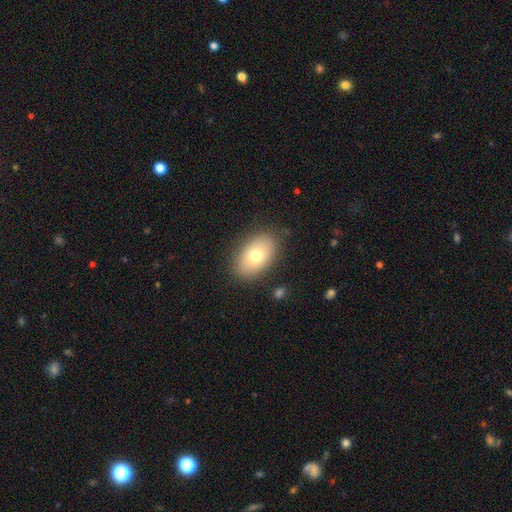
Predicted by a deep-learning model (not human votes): Smooth or featured: smooth — 72% (featured or disk — 20%)
How rounded: in between — 89% (round — 9%)
Merging: none — 85% (minor disturbance — 11%)